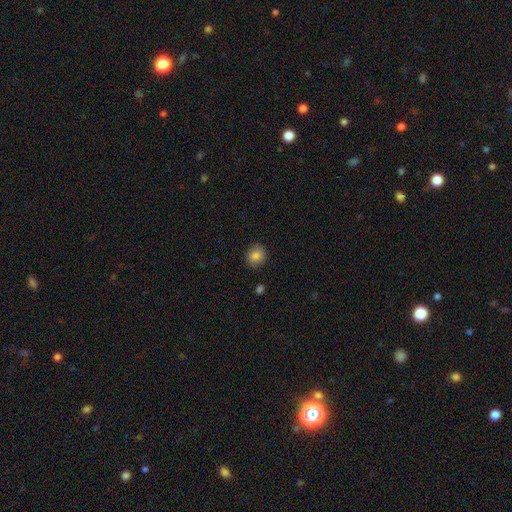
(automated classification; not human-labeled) Morphology: type=smooth (84%); roundness=round (77%); merging=none (88%).